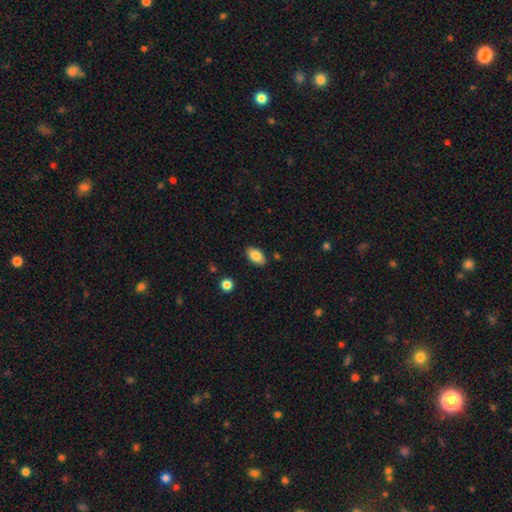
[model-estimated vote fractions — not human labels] A smooth galaxy with no disk features (83%) that is in between round and cigar-shaped (93%).

Vote fractions:
- Smooth or featured? smooth: 83% / featured or disk: 9% / star or artifact: 7%
- How rounded? in between: 93% / round: 5% / cigar-shaped: 2%
- Merging? none: 87% / minor disturbance: 10% / major disturbance: 2% / merger: 2%